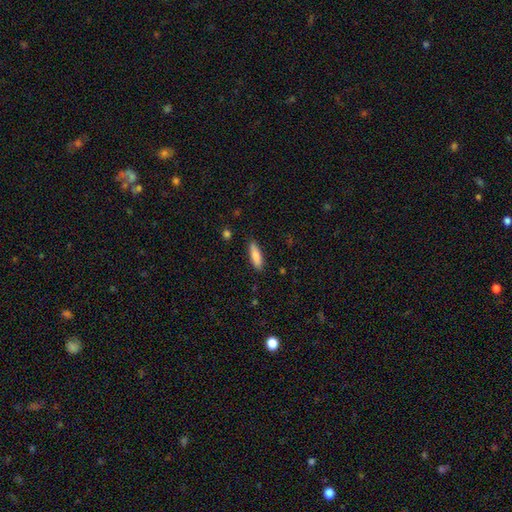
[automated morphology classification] smooth-or-featured: smooth: 85% | featured or disk: 9% | star or artifact: 6%
  how-rounded: in between: 51% | cigar-shaped: 47% | round: 2%
  merging: none: 87% | minor disturbance: 10% | major disturbance: 2% | merger: 1%